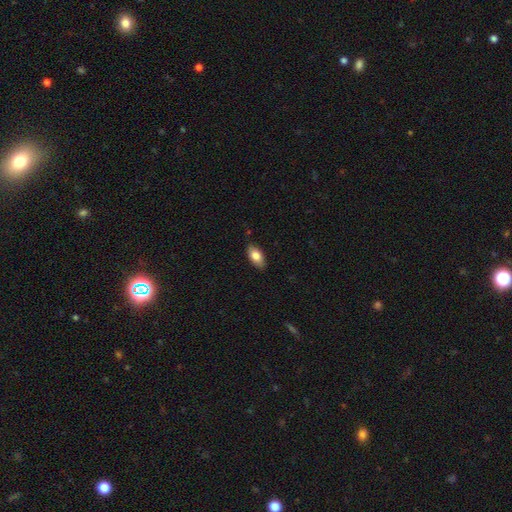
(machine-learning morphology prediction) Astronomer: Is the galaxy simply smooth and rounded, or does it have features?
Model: smooth — 79%.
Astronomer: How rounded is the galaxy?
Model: in between — 89%.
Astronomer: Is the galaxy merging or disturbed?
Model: none — 84%.